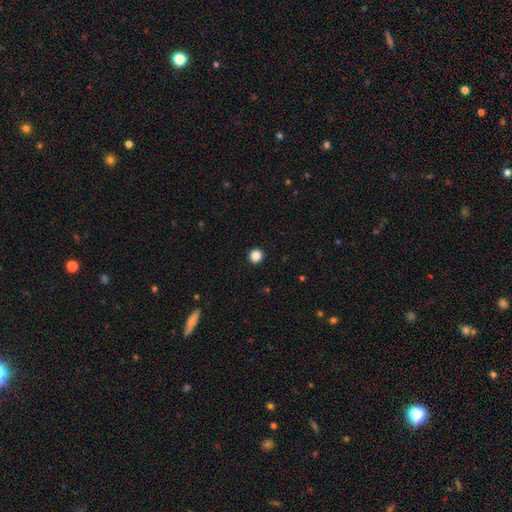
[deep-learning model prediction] A smooth galaxy with no disk features (87%) that is round (94%). Merging: none (94%).